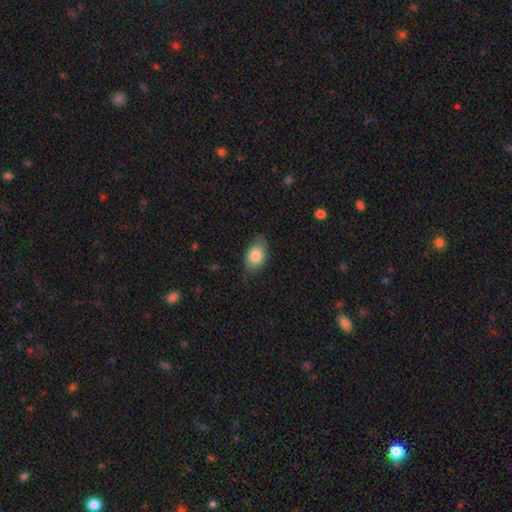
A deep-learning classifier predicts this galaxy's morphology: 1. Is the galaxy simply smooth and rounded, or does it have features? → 80% smooth, 13% featured or disk, 7% star or artifact.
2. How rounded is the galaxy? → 81% in between, 17% round, 2% cigar-shaped.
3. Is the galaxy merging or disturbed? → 66% none, 27% minor disturbance, 6% major disturbance, 1% merger.